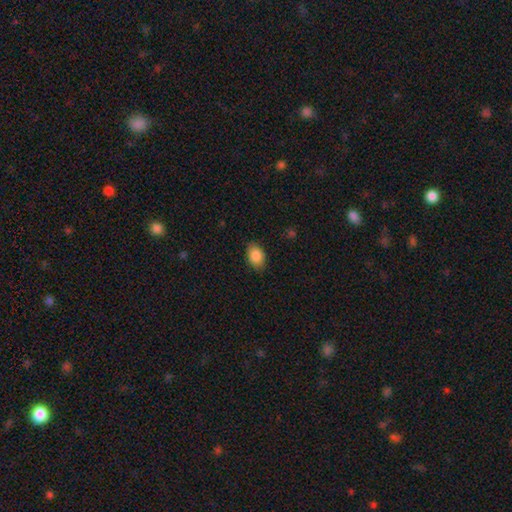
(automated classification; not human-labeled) A smooth galaxy with no disk features (88%) that is in between round and cigar-shaped (80%).

Vote fractions:
- Smooth or featured? smooth: 88% / star or artifact: 7% / featured or disk: 5%
- How rounded? in between: 80% / round: 18% / cigar-shaped: 1%
- Merging? none: 83% / minor disturbance: 13% / major disturbance: 3% / merger: 1%